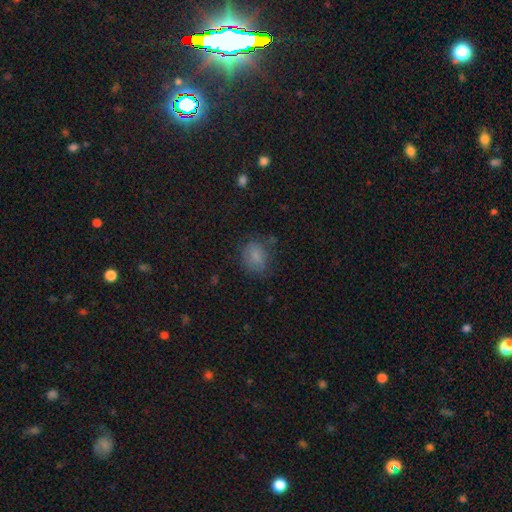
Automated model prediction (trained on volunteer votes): This is likely a smooth galaxy (77%). How rounded: possibly round (50%). Merging: likely none (67%).